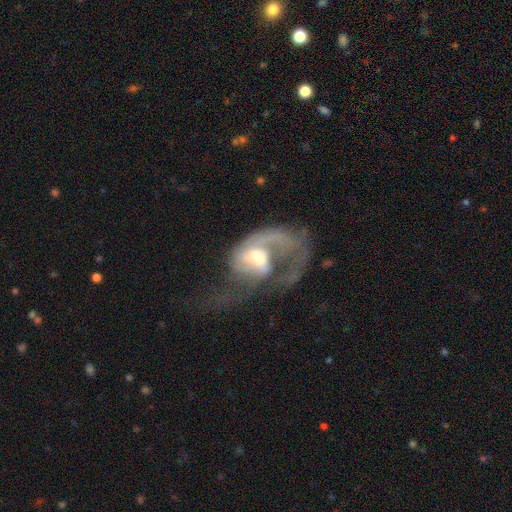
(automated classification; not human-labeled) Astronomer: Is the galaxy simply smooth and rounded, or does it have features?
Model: featured or disk — 77%.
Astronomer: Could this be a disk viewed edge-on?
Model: no — 97%.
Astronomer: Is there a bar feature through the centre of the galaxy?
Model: weak — 44% (runner-up: no, 43%).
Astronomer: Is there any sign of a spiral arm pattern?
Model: yes — 82%.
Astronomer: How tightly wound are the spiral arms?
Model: loose — 49% (runner-up: medium, 37%).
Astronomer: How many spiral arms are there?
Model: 1 — 64%.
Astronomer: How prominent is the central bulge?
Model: moderate — 56%.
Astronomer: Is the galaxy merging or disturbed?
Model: major disturbance — 59%.